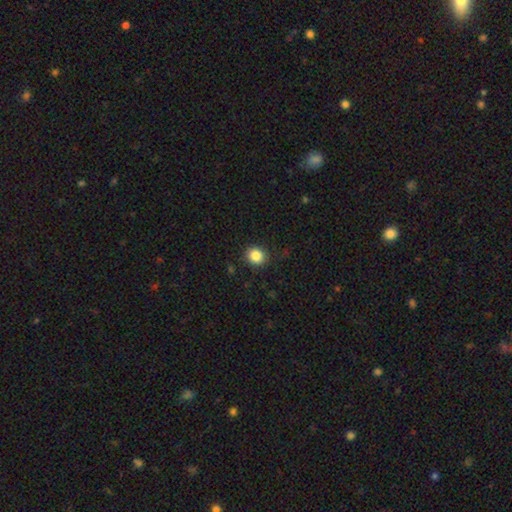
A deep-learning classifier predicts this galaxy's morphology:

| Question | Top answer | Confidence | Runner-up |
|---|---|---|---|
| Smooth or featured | smooth | 85% | star or artifact (10%) |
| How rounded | round | 81% | in between (18%) |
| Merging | none | 89% | minor disturbance (8%) |